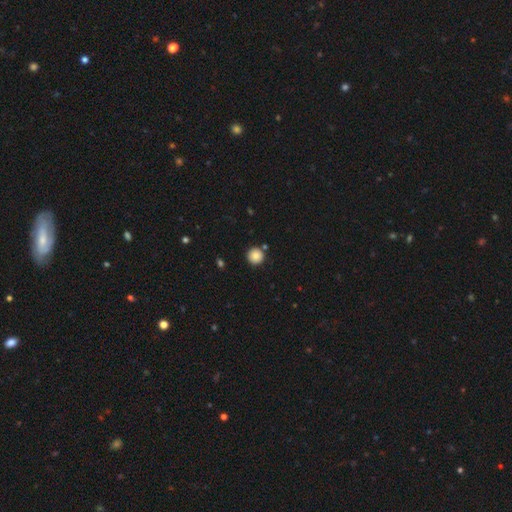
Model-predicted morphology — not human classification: Smooth or featured? Predicted: smooth (p=0.86). How rounded? Predicted: round (p=0.95). Merging? Predicted: none (p=0.88).